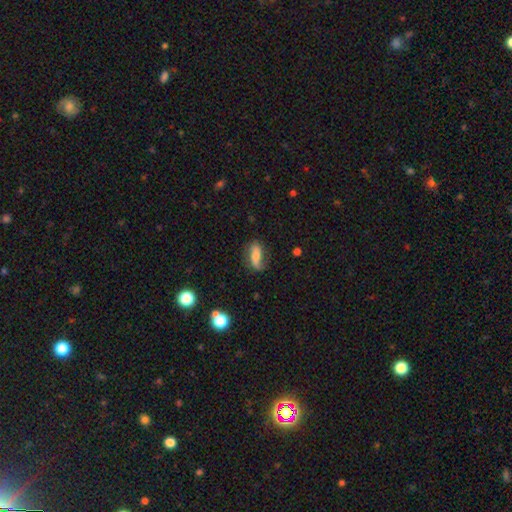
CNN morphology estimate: A smooth galaxy with no disk features (47%). Merging: none (67%).